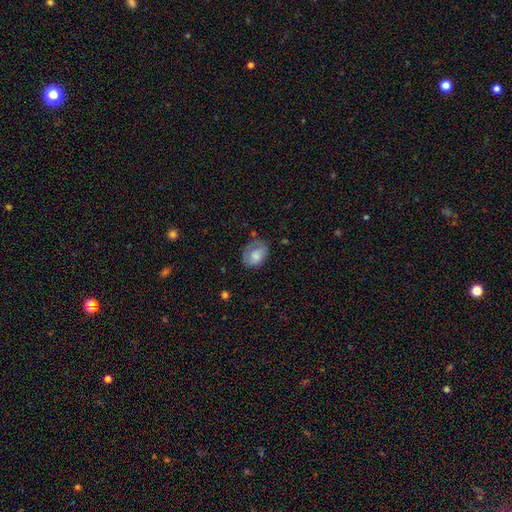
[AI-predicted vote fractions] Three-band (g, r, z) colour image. It shows a smooth galaxy with no disk features (67%) that is in between round and cigar-shaped (68%). Merging: none (52%).